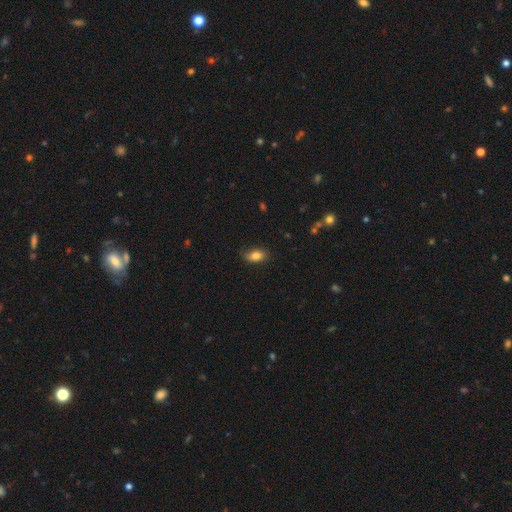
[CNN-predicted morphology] Q: Smooth or featured?
A: smooth (84%); runner-up: featured or disk (8%)
Q: How rounded?
A: in between (89%); runner-up: round (8%)
Q: Merging?
A: none (78%); runner-up: minor disturbance (18%)